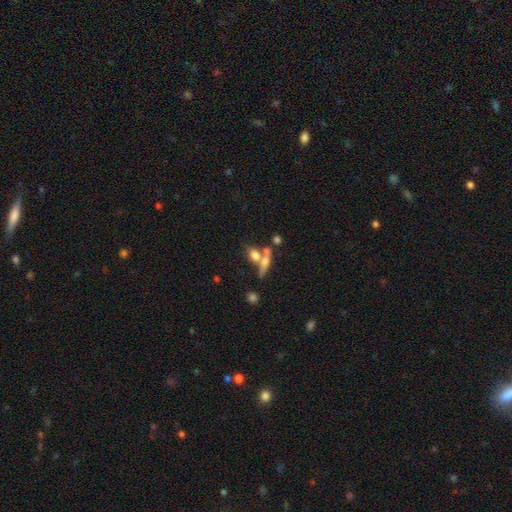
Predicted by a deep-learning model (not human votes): Smooth or featured?
  - smooth: 60% *
  - featured or disk: 29%
  - star or artifact: 11%
How rounded?
  - in between: 49% *
  - cigar-shaped: 26%
  - round: 25%
Merging?
  - none: 43% *
  - merger: 40%
  - minor disturbance: 10%
  - major disturbance: 6%